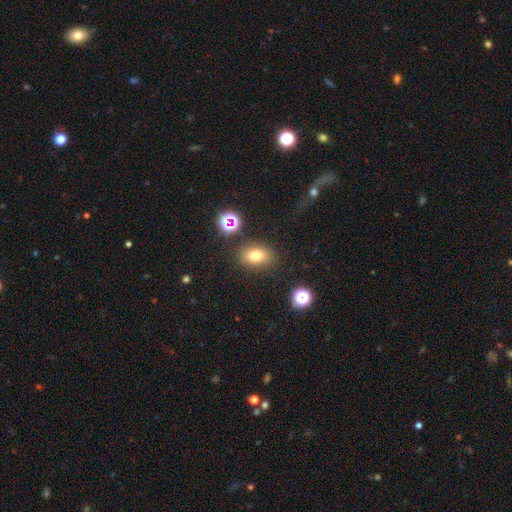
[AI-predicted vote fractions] Smooth or featured? Predicted: smooth (p=0.75). How rounded? Predicted: in between (p=0.71). Merging? Predicted: none (p=0.83).